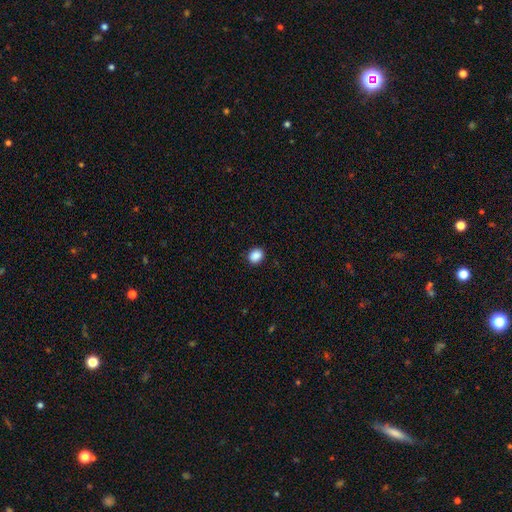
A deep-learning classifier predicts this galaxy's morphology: smooth-or-featured: smooth: 89% | star or artifact: 9% | featured or disk: 2%
  how-rounded: round: 58% | in between: 42% | cigar-shaped: 1%
  merging: none: 90% | minor disturbance: 7% | major disturbance: 2% | merger: 1%